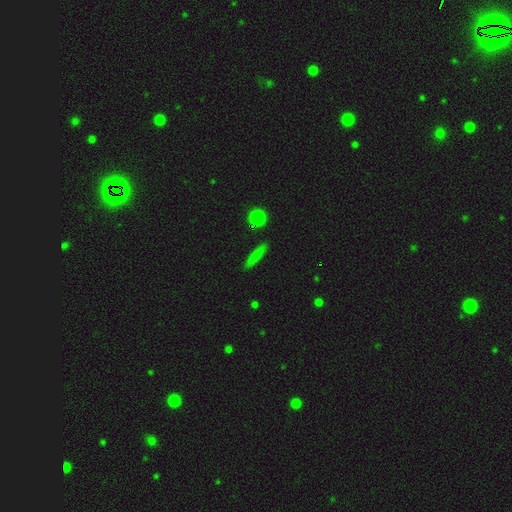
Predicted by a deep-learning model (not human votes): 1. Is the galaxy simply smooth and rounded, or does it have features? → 77% smooth, 14% featured or disk, 9% star or artifact.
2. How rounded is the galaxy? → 85% cigar-shaped, 12% in between, 3% round.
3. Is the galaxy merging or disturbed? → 87% none, 9% minor disturbance, 2% major disturbance, 2% merger.